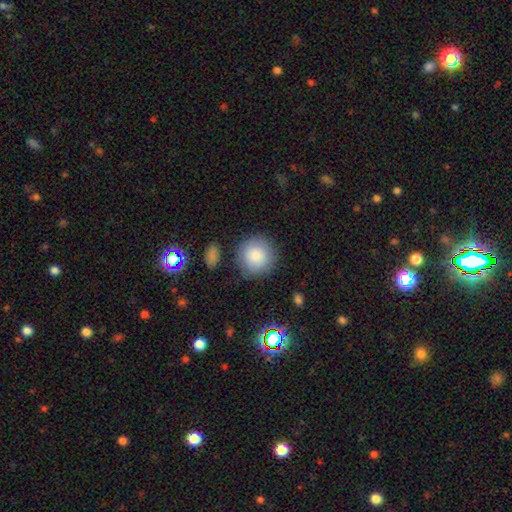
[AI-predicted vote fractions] Smooth or featured?
  - smooth: 86% *
  - star or artifact: 7%
  - featured or disk: 6%
How rounded?
  - round: 93% *
  - in between: 6%
  - cigar-shaped: 1%
Merging?
  - none: 82% *
  - minor disturbance: 10%
  - merger: 4%
  - major disturbance: 3%